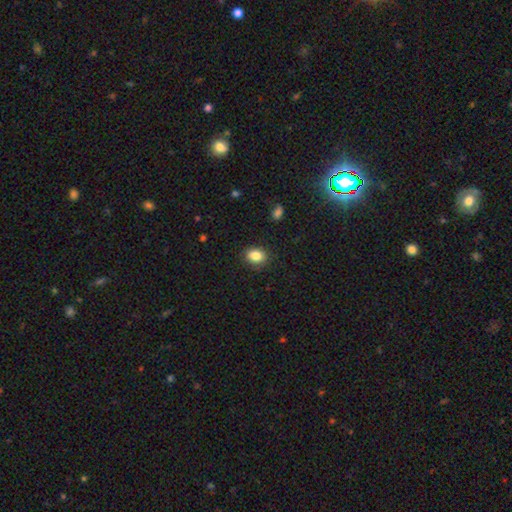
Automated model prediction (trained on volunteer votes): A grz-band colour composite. It shows a smooth galaxy with no disk features (86%) that is in between round and cigar-shaped (59%). Merging: none (87%).